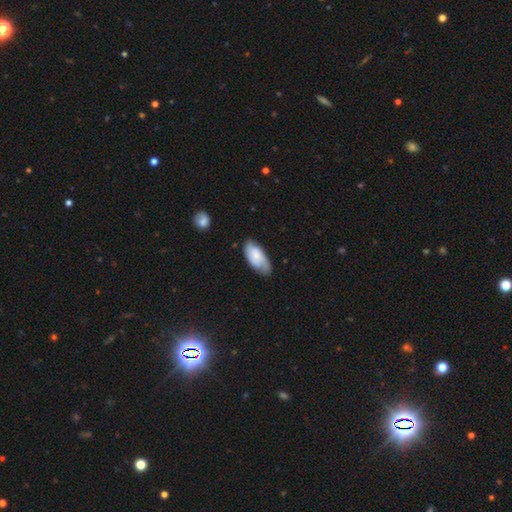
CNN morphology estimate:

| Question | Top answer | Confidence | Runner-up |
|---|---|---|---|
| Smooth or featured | smooth | 50% | featured or disk (44%) |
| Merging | none | 67% | minor disturbance (25%) |